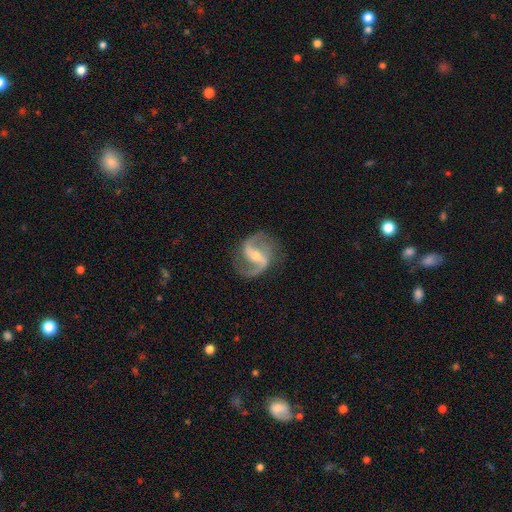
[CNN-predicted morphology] Smooth or featured? featured or disk (91%)
Edge-on disk? no (97%)
Bar? strong (50%)
Spiral arms? yes (97%)
Spiral winding? medium (46%)
Spiral arm count? 2 (93%)
Bulge size? small (53%)
Merging? none (80%)